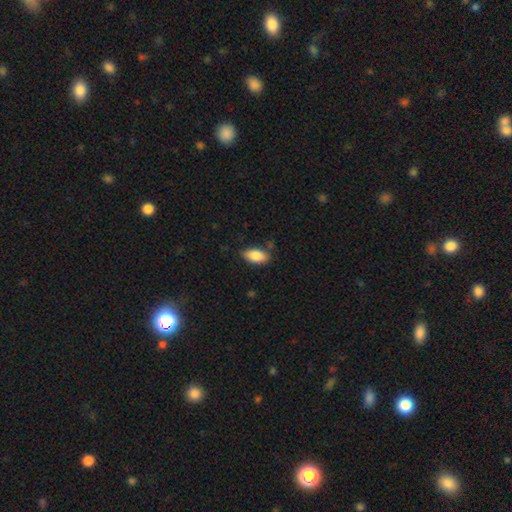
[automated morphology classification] Smooth or featured? Predicted: smooth (p=0.85). How rounded? Predicted: in between (p=0.90). Merging? Predicted: none (p=0.80).